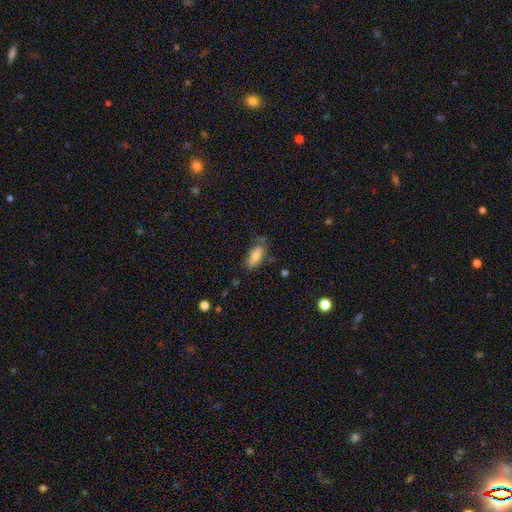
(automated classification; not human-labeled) smooth_or_featured: smooth (p=0.79) [alt: featured or disk p=0.14]
how_rounded: in between (p=0.75) [alt: cigar-shaped p=0.23]
merging: none (p=0.57) [alt: minor disturbance p=0.29]